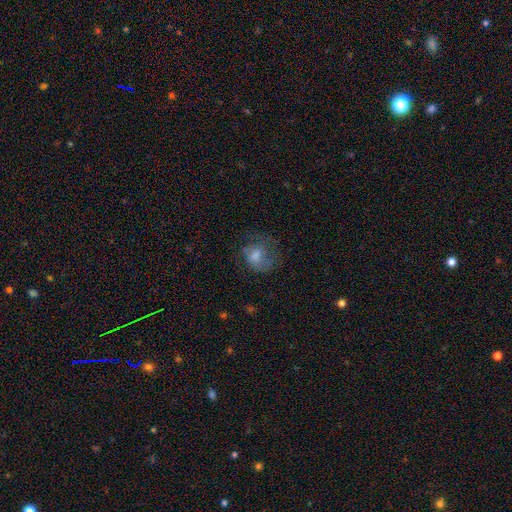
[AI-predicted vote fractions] Smooth or featured?
  - smooth: 50% *
  - featured or disk: 37%
  - star or artifact: 13%
How rounded?
  - round: 58% *
  - in between: 41%
  - cigar-shaped: 1%
Merging?
  - none: 48% *
  - major disturbance: 28%
  - minor disturbance: 22%
  - merger: 2%